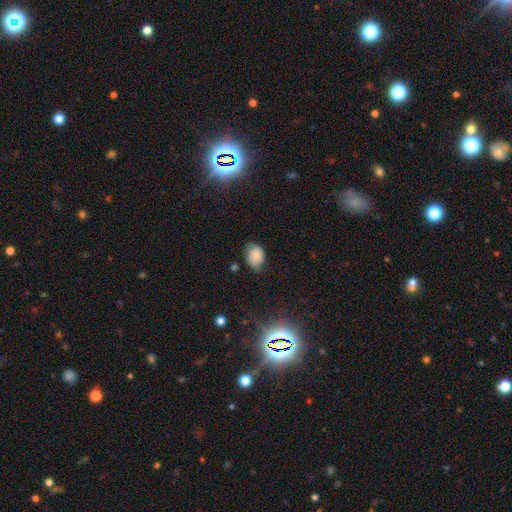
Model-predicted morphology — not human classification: The model was most divided on "merging": none: 50%, minor disturbance: 39%, major disturbance: 9%, merger: 2%. More confident: smooth or featured — smooth (75%); how rounded — in between (74%).